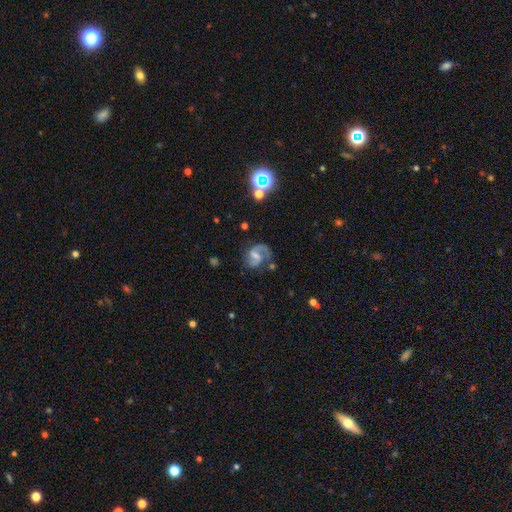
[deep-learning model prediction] Smooth or featured? Predicted: featured or disk (p=0.77). Edge-on disk? Predicted: no (p=0.98). Bar? Predicted: weak (p=0.52). Spiral arms? Predicted: yes (p=0.92). Spiral winding? Predicted: medium (p=0.51). Spiral arm count? Predicted: 2 (p=0.74). Bulge size? Predicted: small (p=0.36). Merging? Predicted: none (p=0.55).